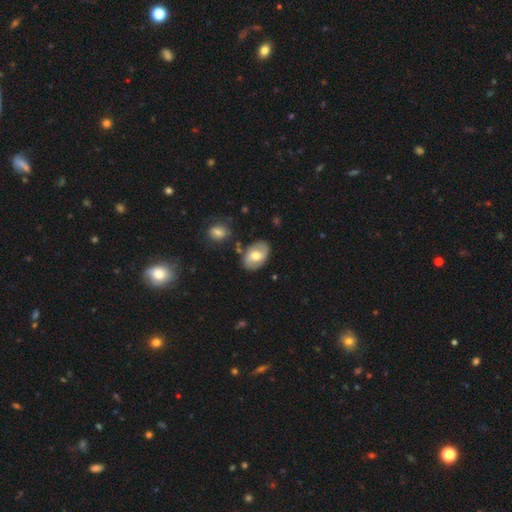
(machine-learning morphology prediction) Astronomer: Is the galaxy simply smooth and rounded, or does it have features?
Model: smooth — 54% (runner-up: featured or disk, 39%).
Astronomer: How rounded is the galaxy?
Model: in between — 86%.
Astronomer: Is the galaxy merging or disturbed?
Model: none — 80%.